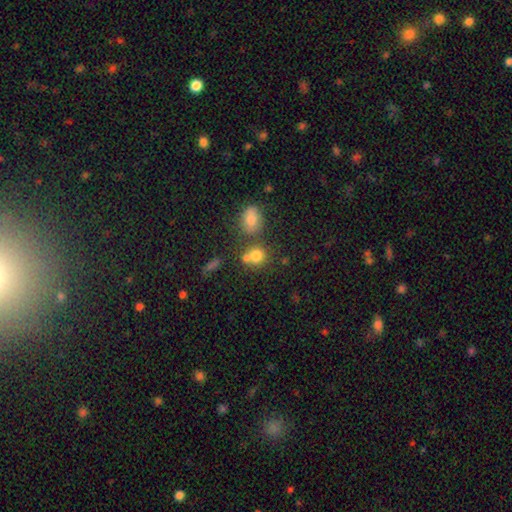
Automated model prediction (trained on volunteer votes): smooth-or-featured: smooth: 78% | star or artifact: 13% | featured or disk: 9%
  how-rounded: round: 78% | in between: 21% | cigar-shaped: 1%
  merging: none: 52% | merger: 32% | minor disturbance: 11% | major disturbance: 5%